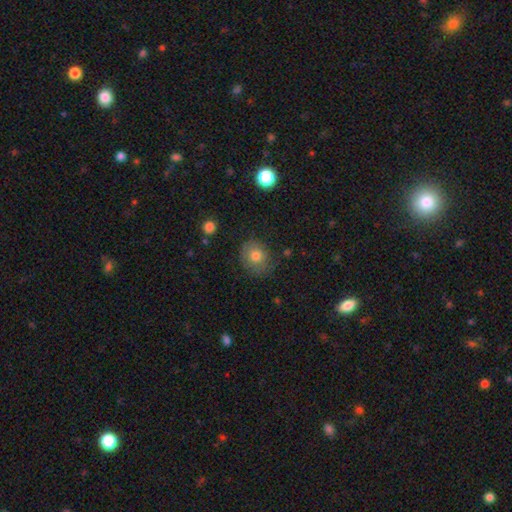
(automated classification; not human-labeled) Overall: smooth (76%). How rounded: round (68%; in between 31%). Merging: none (72%).